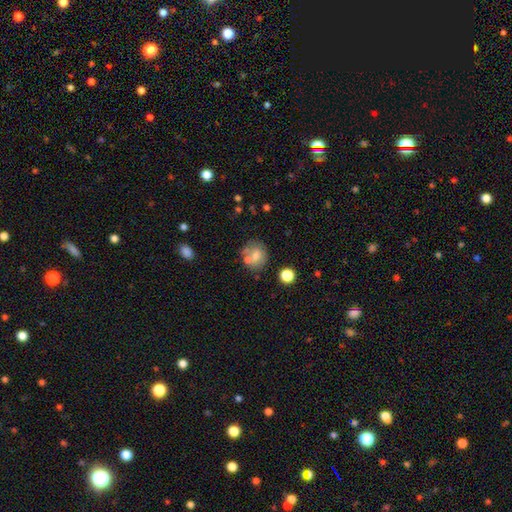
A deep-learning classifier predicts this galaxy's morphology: Overall: smooth (71%). How rounded: round (72%). Merging: none (56%; merger 20%).